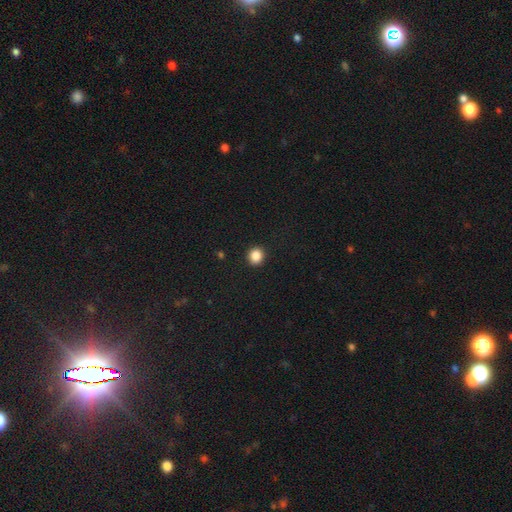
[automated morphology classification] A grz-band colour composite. It shows a smooth galaxy with no disk features (87%) that is round (87%). Merging: none (92%).